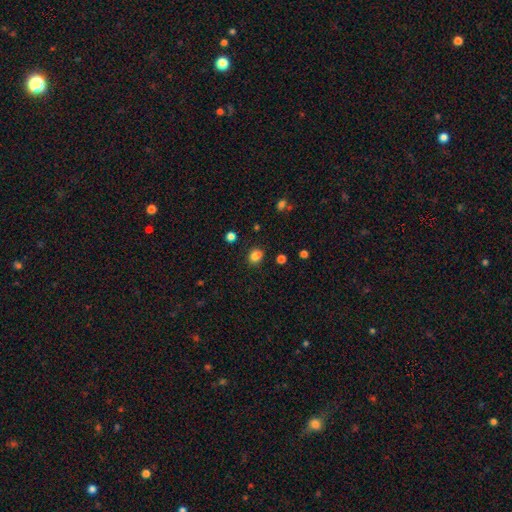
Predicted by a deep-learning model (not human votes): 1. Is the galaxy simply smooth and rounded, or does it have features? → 81% smooth, 14% star or artifact, 5% featured or disk.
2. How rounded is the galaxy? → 54% round, 45% in between, 1% cigar-shaped.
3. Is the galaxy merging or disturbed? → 74% none, 13% minor disturbance, 9% merger, 4% major disturbance.